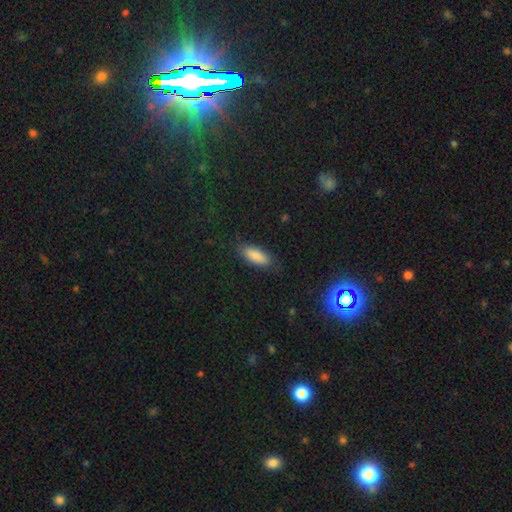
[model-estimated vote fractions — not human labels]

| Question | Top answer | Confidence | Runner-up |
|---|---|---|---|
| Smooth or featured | smooth | 87% | star or artifact (7%) |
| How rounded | in between | 74% | cigar-shaped (24%) |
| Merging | none | 82% | minor disturbance (13%) |